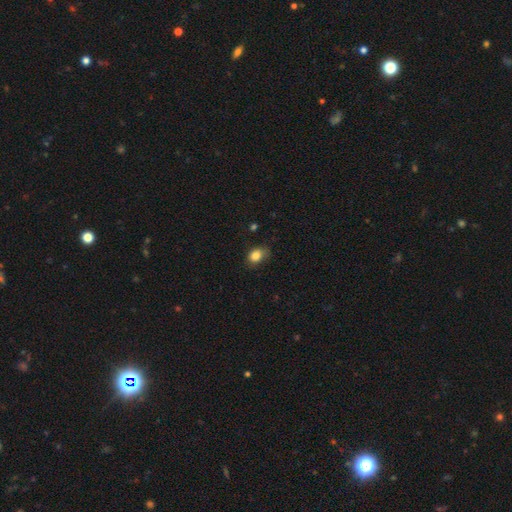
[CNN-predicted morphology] Q: Smooth or featured?
A: smooth (84%); runner-up: star or artifact (10%)
Q: How rounded?
A: in between (66%); runner-up: round (33%)
Q: Merging?
A: none (66%); runner-up: minor disturbance (27%)